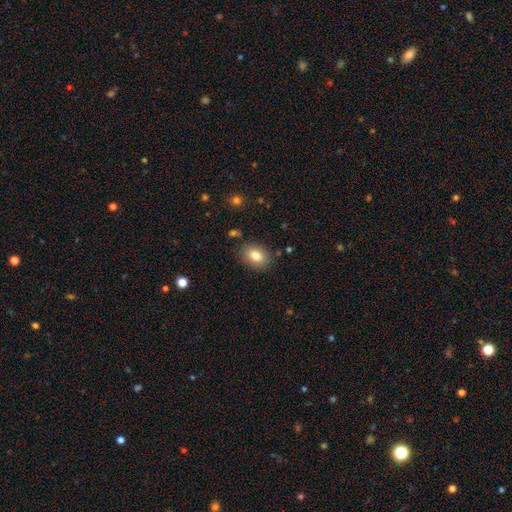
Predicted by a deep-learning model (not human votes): This is clearly a smooth galaxy (82%). How rounded: likely in between (76%). Merging: clearly none (85%).